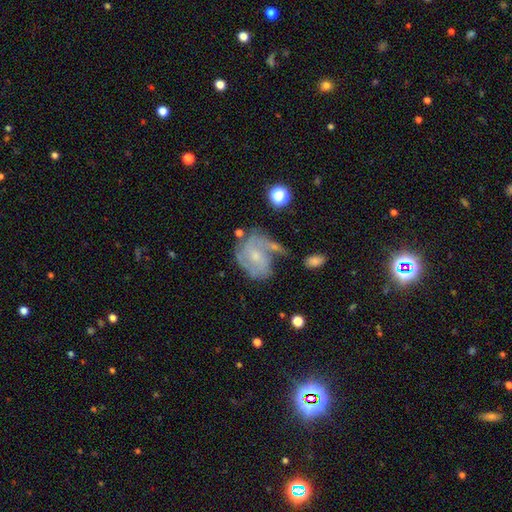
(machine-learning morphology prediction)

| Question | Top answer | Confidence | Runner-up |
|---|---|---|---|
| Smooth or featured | featured or disk | 75% | smooth (18%) |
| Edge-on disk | no | 97% | yes (3%) |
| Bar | no | 51% | weak (40%) |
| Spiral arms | yes | 87% | no (13%) |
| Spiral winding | medium | 43% | tight (39%) |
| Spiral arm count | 2 | 46% | can't tell (26%) |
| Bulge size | small | 57% | moderate (34%) |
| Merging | none | 46% | minor disturbance (24%) |